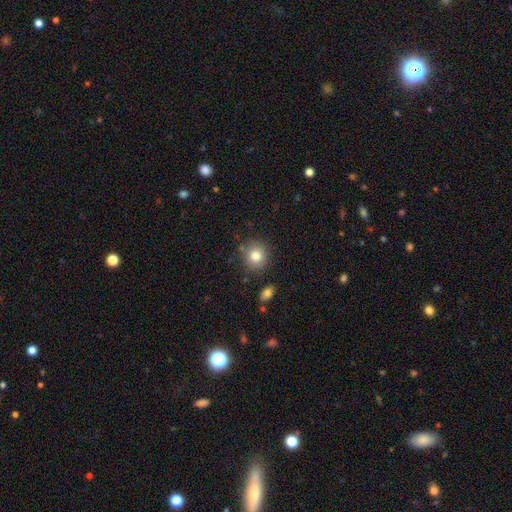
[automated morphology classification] A smooth galaxy with no disk features (79%) that is round (87%). Merging: none (84%).